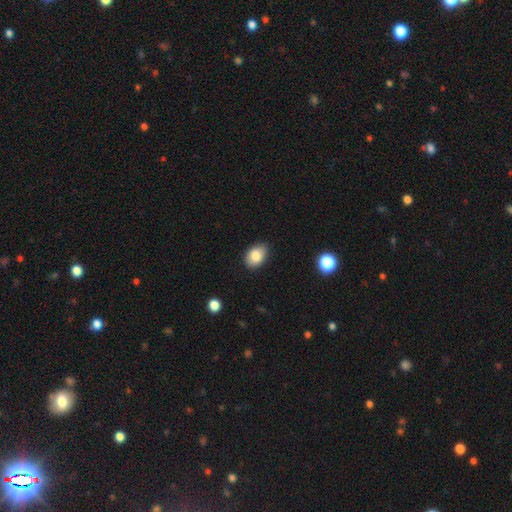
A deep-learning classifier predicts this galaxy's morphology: Smooth or featured? Predicted: smooth (p=0.85). How rounded? Predicted: in between (p=0.82). Merging? Predicted: none (p=0.80).